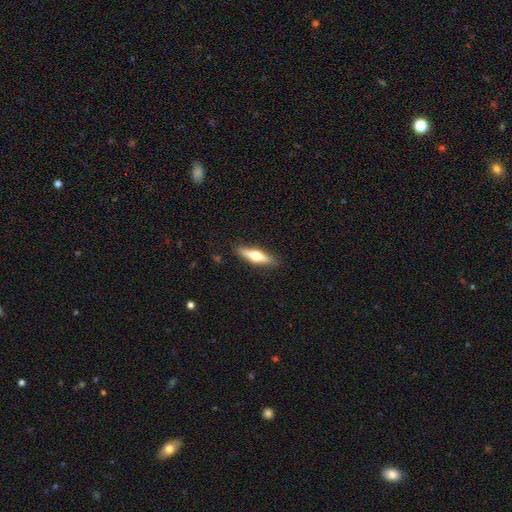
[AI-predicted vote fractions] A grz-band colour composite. It shows a smooth galaxy with no disk features (48%). Merging: none (88%).